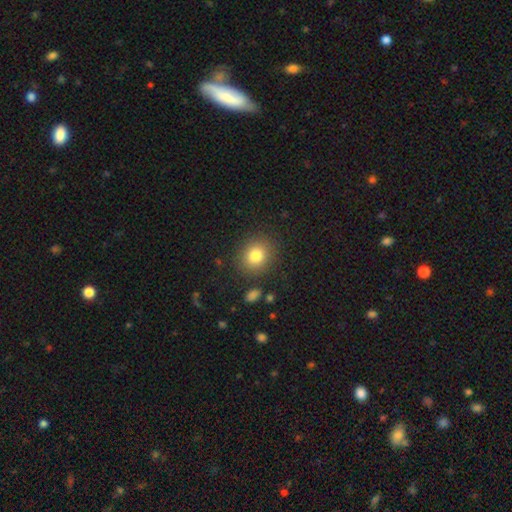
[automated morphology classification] smooth-or-featured: smooth: 82% | star or artifact: 11% | featured or disk: 8%
  how-rounded: round: 74% | in between: 25% | cigar-shaped: 1%
  merging: none: 86% | minor disturbance: 9% | major disturbance: 3% | merger: 2%